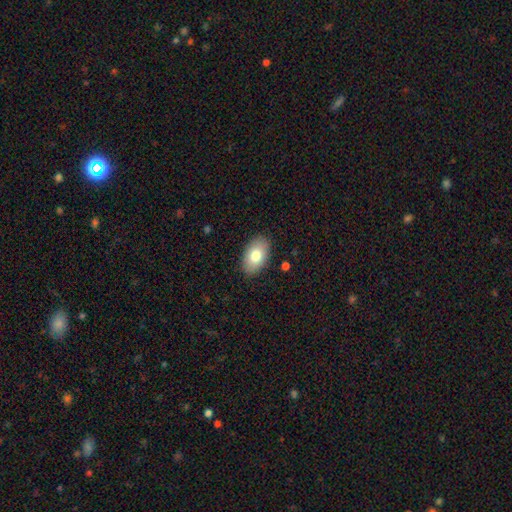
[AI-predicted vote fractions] This is likely a smooth galaxy (78%). How rounded: clearly in between (92%). Merging: clearly none (87%).